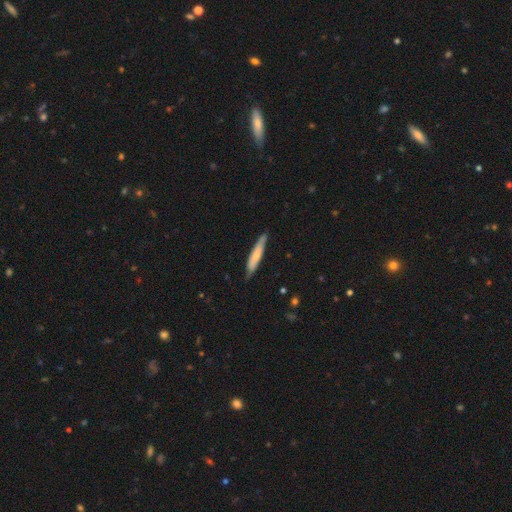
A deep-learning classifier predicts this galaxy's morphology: A smooth galaxy with no disk features (64%) that is cigar-shaped (90%). Merging: none (78%).